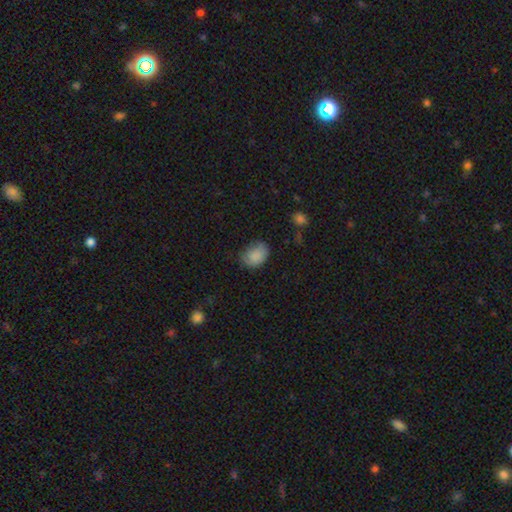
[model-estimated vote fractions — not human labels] Morphology: type=smooth (85%); roundness=in between (73%); merging=none (64%).